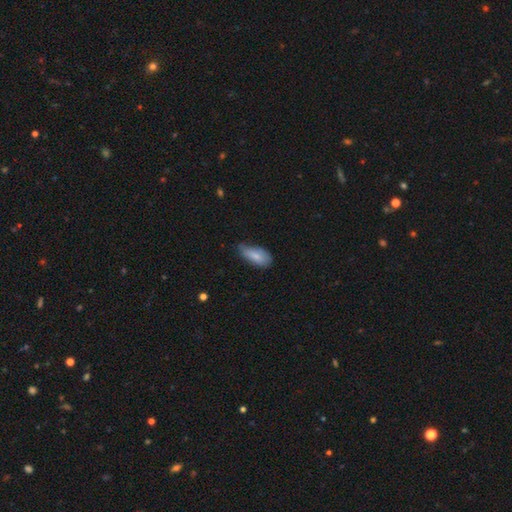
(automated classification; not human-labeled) Smooth or featured?
  - smooth: 80% *
  - featured or disk: 14%
  - star or artifact: 6%
How rounded?
  - in between: 86% *
  - cigar-shaped: 11%
  - round: 3%
Merging?
  - none: 45% * (tied)
  - minor disturbance: 45% * (tied)
  - major disturbance: 9%
  - merger: 2%